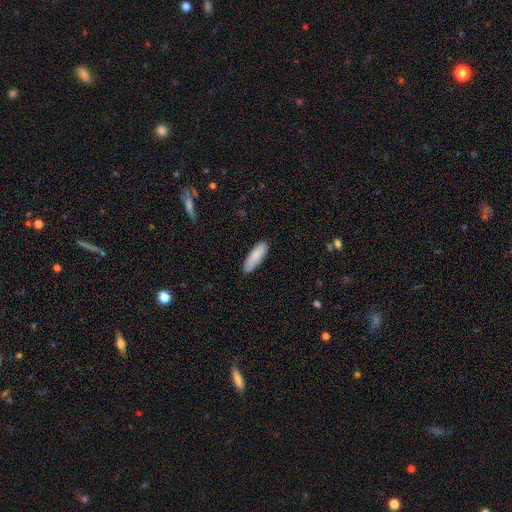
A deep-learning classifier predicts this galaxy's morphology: This is clearly a smooth galaxy (83%). How rounded: possibly in between (51%). Merging: clearly none (86%).